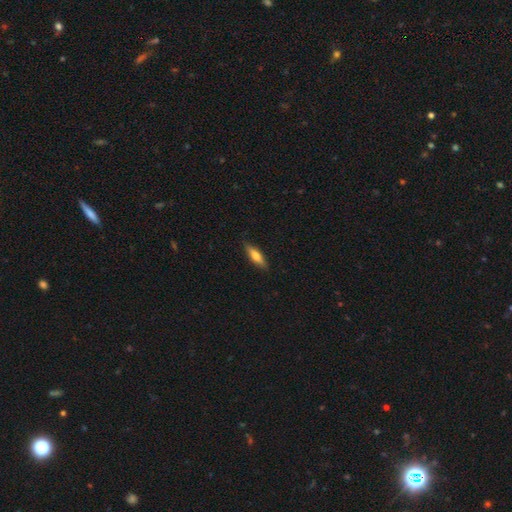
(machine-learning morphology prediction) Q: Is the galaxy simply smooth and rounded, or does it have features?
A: smooth — 67%.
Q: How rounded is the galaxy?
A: cigar-shaped — 61%.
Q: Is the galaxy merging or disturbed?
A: none — 85%.